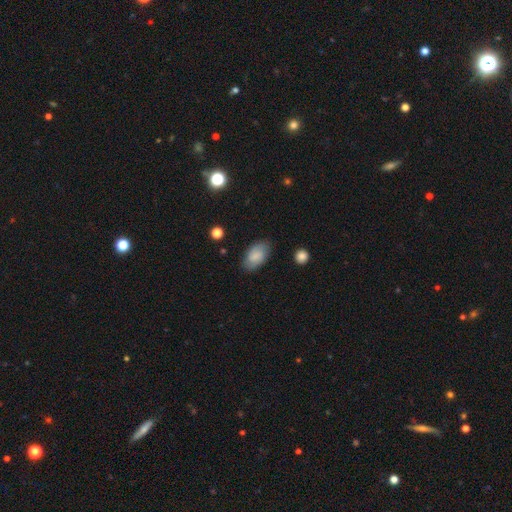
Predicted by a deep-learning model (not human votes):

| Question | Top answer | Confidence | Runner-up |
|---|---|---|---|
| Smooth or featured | smooth | 59% | featured or disk (32%) |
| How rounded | in between | 92% | round (6%) |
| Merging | none | 82% | minor disturbance (14%) |